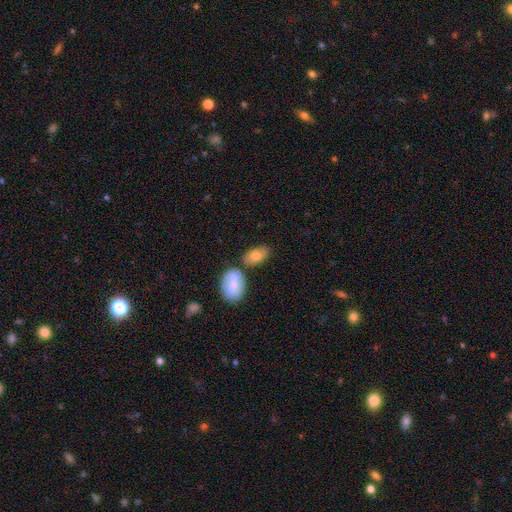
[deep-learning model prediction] The model was most divided on "merging": none: 62%, merger: 18%, minor disturbance: 16%, major disturbance: 4%. More confident: how rounded — in between (90%); smooth or featured — smooth (74%).